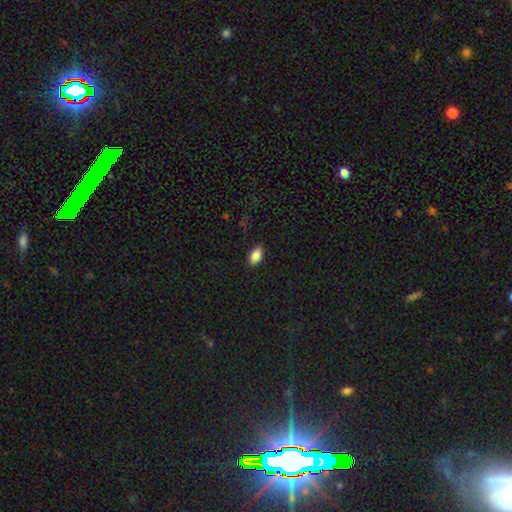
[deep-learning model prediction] smooth 86%, star or artifact 8%, featured or disk 6%. Down the decision tree: how rounded — in between (92%); merging — none (88%).